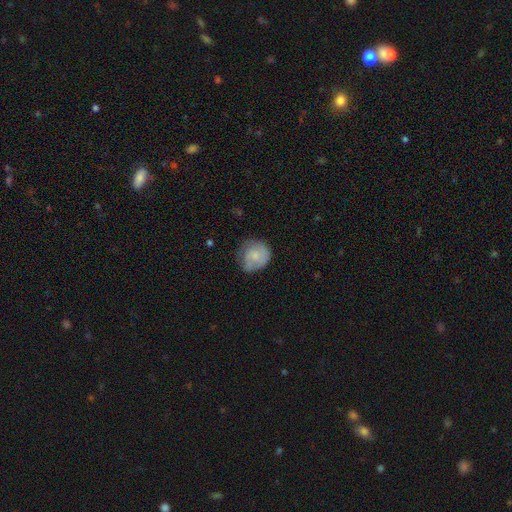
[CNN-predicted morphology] smooth 58%, featured or disk 36%, star or artifact 7%. Down the decision tree: how rounded — round (83%); merging — none (60%).